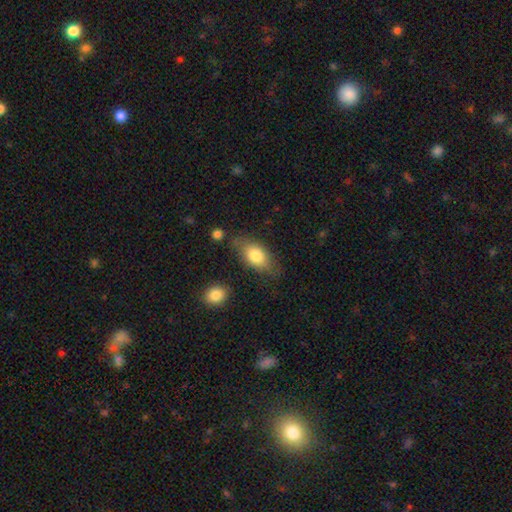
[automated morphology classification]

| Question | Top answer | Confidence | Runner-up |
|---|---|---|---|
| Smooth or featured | smooth | 79% | featured or disk (15%) |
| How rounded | in between | 88% | round (6%) |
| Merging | none | 70% | minor disturbance (20%) |